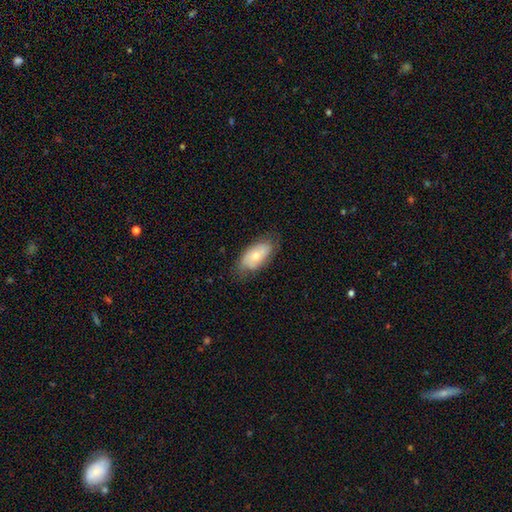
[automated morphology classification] Q: Smooth or featured?
A: smooth (53%); runner-up: featured or disk (40%)
Q: How rounded?
A: in between (91%); runner-up: cigar-shaped (5%)
Q: Merging?
A: none (71%); runner-up: minor disturbance (22%)